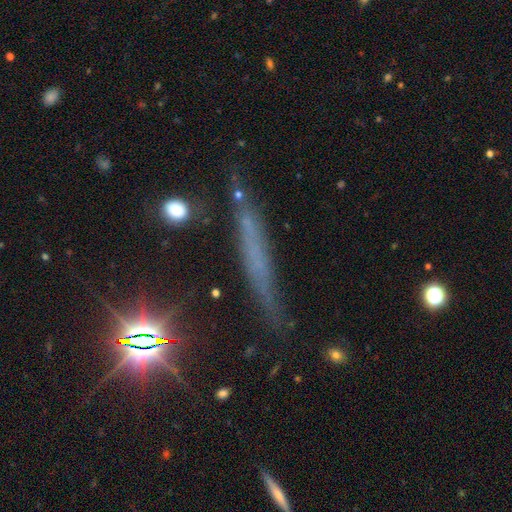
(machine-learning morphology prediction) smooth 42%, featured or disk 40%, star or artifact 18%. Down the decision tree: merging — none (75%).